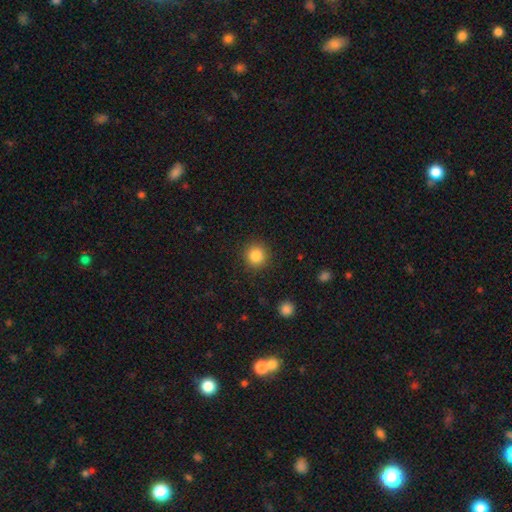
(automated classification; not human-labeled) Overall: smooth (85%). How rounded: round (93%). Merging: none (89%).